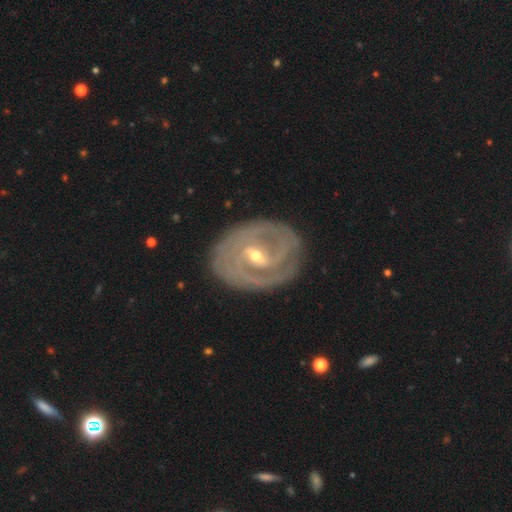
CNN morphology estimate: This is clearly a featured or disk galaxy (86%). It is clearly not viewed edge-on (96%). Bar: possibly weak (48%). Spiral arm pattern: clearly yes (92%). Spiral arm count: marginally 2 (45%). Spiral winding: likely tight (71%). Central bulge: possibly small (56%). Merging: likely none (78%).